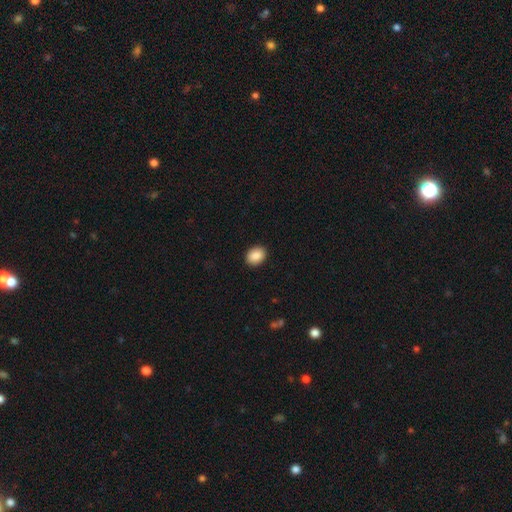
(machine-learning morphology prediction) smooth 89%, star or artifact 7%, featured or disk 4%. Down the decision tree: how rounded — in between (62%); merging — none (91%).